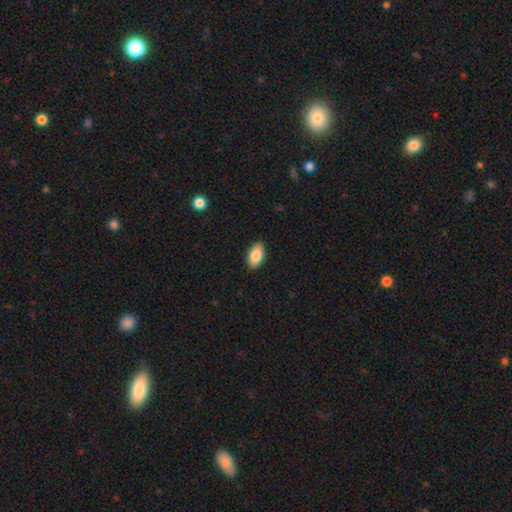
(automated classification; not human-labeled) Smooth or featured: smooth — 86% (featured or disk — 8%)
How rounded: in between — 94% (round — 4%)
Merging: none — 88% (minor disturbance — 9%)